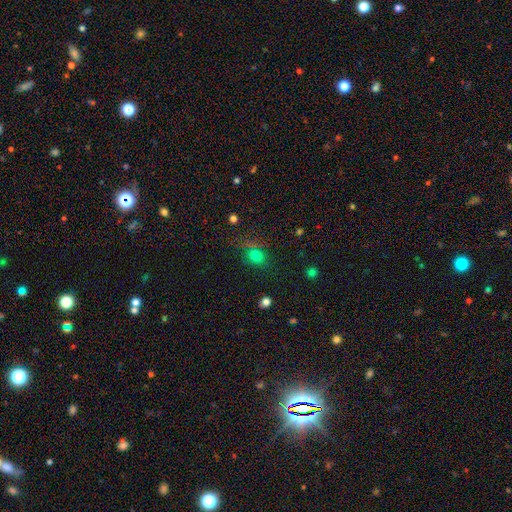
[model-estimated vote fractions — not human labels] Smooth or featured? Predicted: smooth (p=0.71). How rounded? Predicted: round (p=0.64). Merging? Predicted: none (p=0.70).